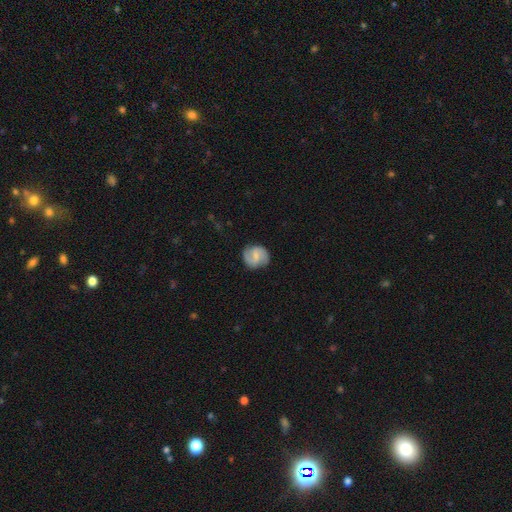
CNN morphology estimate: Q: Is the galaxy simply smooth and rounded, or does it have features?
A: featured or disk — 59%.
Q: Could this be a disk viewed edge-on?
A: no — 98%.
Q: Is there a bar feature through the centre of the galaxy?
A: weak — 55%.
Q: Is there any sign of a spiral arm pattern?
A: yes — 90%.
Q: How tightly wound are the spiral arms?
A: medium — 47%.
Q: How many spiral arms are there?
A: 2 — 86%.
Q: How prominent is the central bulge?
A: small — 49%.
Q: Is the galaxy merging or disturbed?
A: none — 82%.